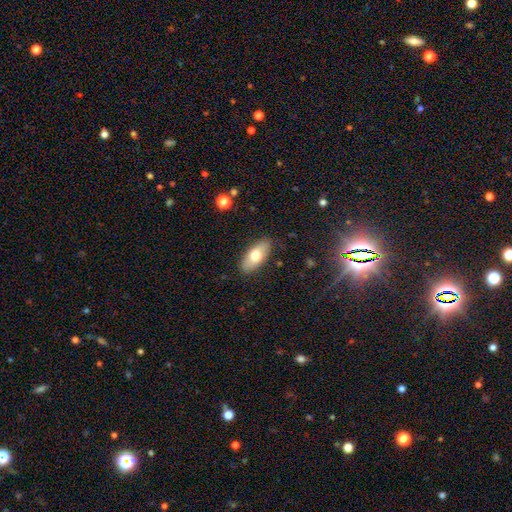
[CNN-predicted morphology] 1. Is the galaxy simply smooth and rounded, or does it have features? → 69% smooth, 25% featured or disk, 6% star or artifact.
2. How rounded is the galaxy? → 86% in between, 11% cigar-shaped, 3% round.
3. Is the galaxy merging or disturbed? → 86% none, 11% minor disturbance, 2% major disturbance, 1% merger.